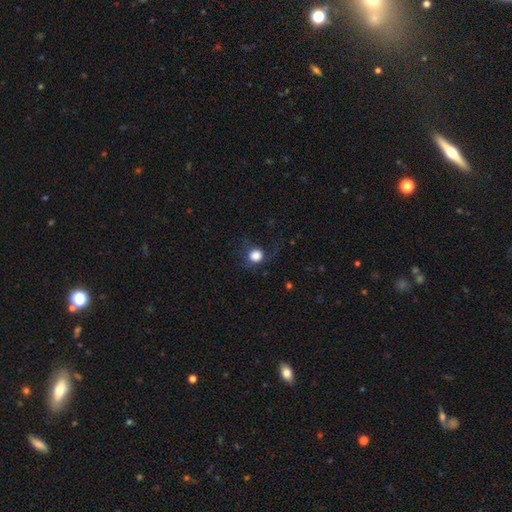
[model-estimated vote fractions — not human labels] Smooth or featured?
  - smooth: 80% *
  - star or artifact: 11%
  - featured or disk: 9%
How rounded?
  - round: 88% *
  - in between: 11%
  - cigar-shaped: 1%
Merging?
  - none: 62% *
  - minor disturbance: 18%
  - major disturbance: 18%
  - merger: 2%